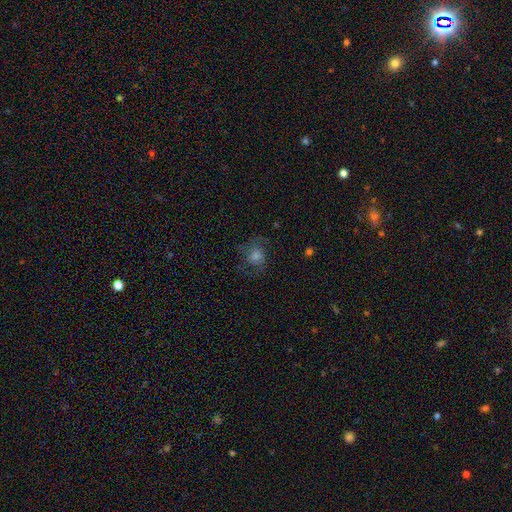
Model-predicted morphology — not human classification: Smooth or featured? featured or disk (40%, tied with smooth)
Merging? none (65%)